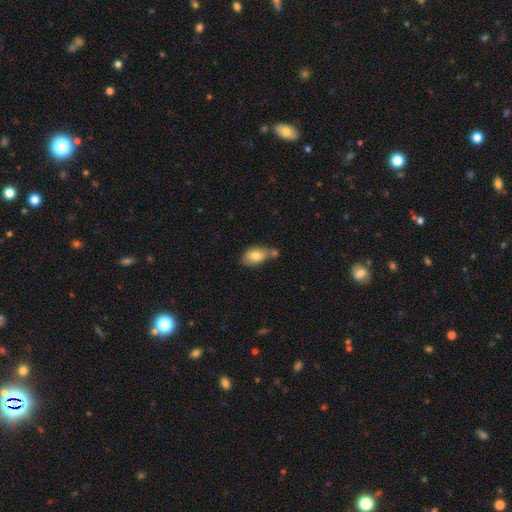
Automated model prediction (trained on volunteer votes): The model was most divided on "merging": none: 41%, merger: 32%, minor disturbance: 21%, major disturbance: 7%. More confident: how rounded — in between (87%); smooth or featured — smooth (78%).